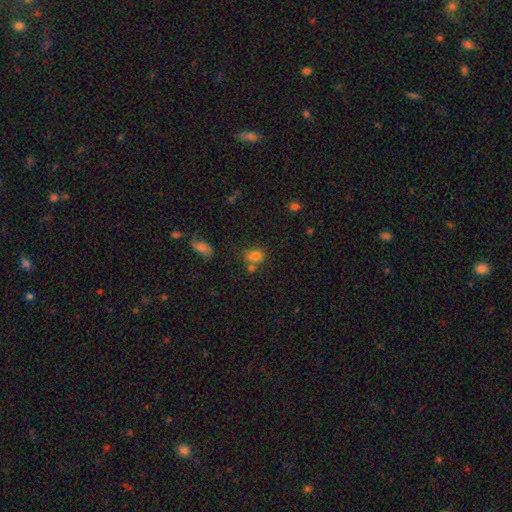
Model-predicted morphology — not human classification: Smooth or featured?
  - smooth: 68% *
  - star or artifact: 19%
  - featured or disk: 13%
How rounded?
  - round: 49% * (tied)
  - in between: 49% * (tied)
  - cigar-shaped: 2%
Merging?
  - none: 43% *
  - merger: 33%
  - minor disturbance: 16%
  - major disturbance: 8%